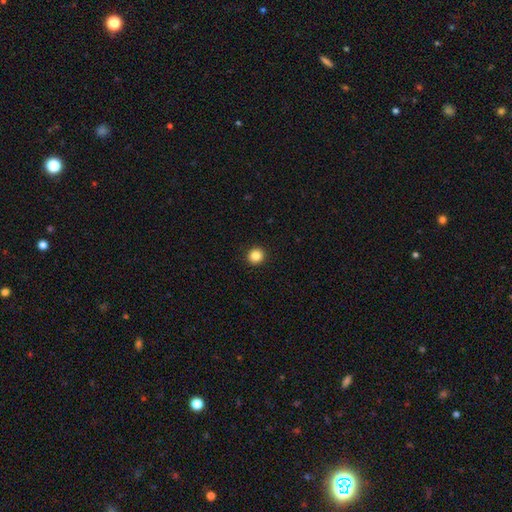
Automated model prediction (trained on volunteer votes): This appears to be a smooth galaxy with no disk features (85%) that is round (94%). Merging: none (94%).